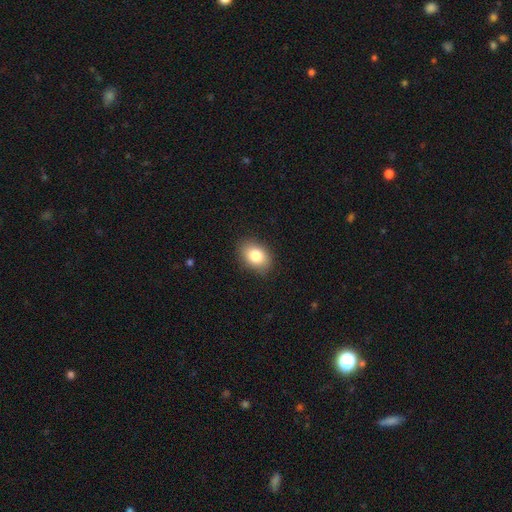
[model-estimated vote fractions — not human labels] Overall: smooth (82%). How rounded: in between (78%). Merging: none (85%).